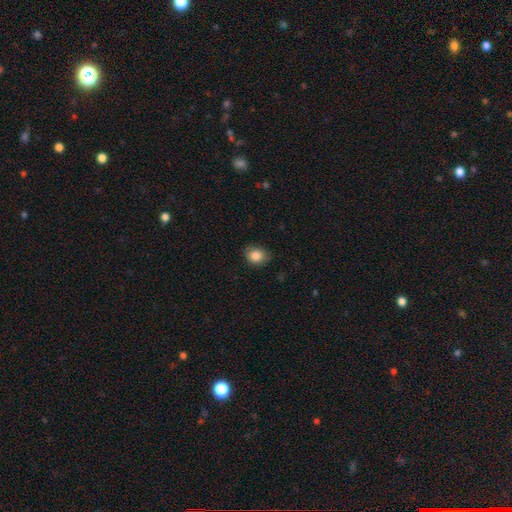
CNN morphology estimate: This is clearly a smooth galaxy (85%). How rounded: possibly round (51%). Merging: likely none (78%).